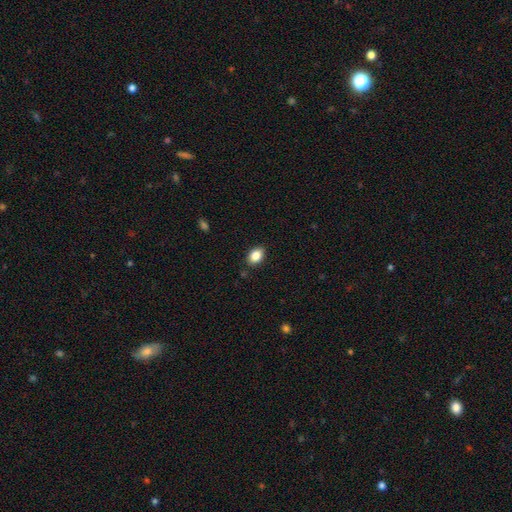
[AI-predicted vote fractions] The model was most divided on "how rounded": in between: 82%, round: 17%, cigar-shaped: 1%. More confident: merging — none (87%); smooth or featured — smooth (86%).